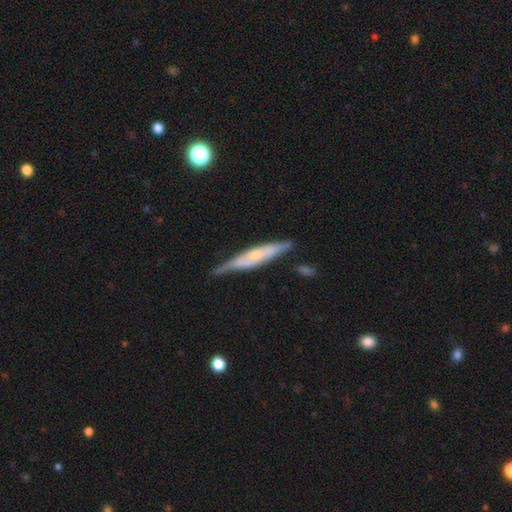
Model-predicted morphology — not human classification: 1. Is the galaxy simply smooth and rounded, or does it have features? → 63% featured or disk, 31% smooth, 6% star or artifact.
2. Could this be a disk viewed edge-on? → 85% yes, 15% no.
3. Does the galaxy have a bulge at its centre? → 56% rounded, 29% none, 16% boxy.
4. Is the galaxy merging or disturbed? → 71% none, 22% minor disturbance, 4% major disturbance, 3% merger.